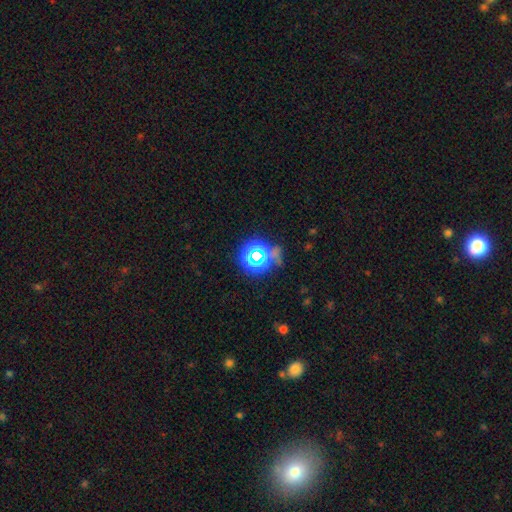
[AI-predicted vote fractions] This appears to be a star or artifact, not a galaxy (56%).